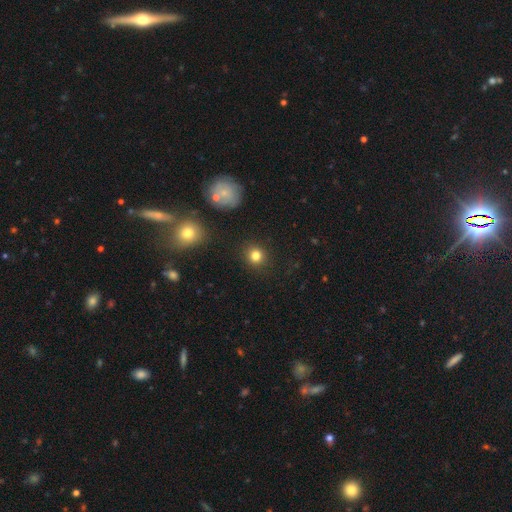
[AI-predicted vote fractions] Q: Smooth or featured?
A: smooth (83%); runner-up: star or artifact (12%)
Q: How rounded?
A: round (90%); runner-up: in between (9%)
Q: Merging?
A: none (90%); runner-up: minor disturbance (6%)